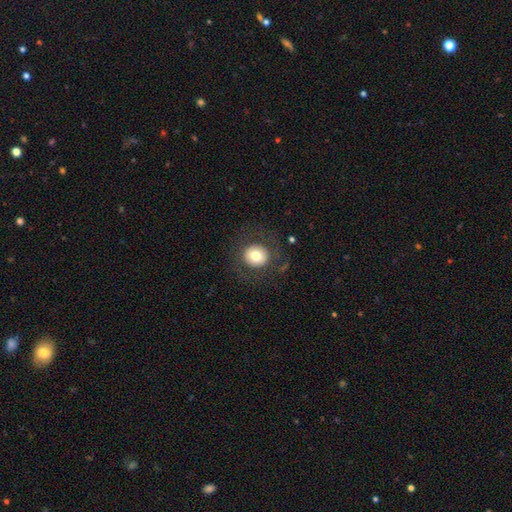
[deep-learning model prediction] The model was most divided on "smooth or featured": smooth: 70%, featured or disk: 20%, star or artifact: 10%. More confident: how rounded — round (91%); merging — none (83%).